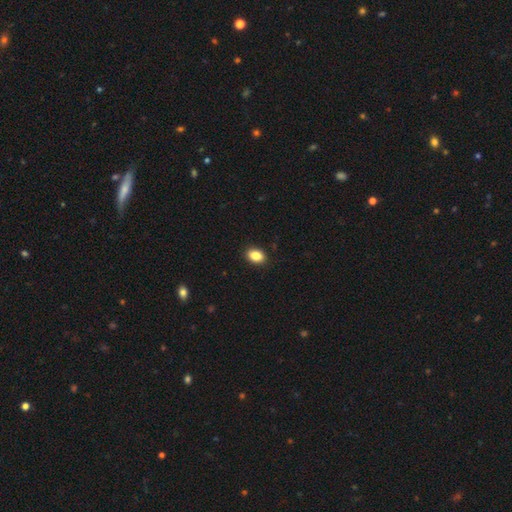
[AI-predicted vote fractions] A smooth galaxy with no disk features (87%) that is in between round and cigar-shaped (79%).

Vote fractions:
- Smooth or featured? smooth: 87% / star or artifact: 9% / featured or disk: 5%
- How rounded? in between: 79% / round: 20% / cigar-shaped: 1%
- Merging? none: 90% / minor disturbance: 7% / major disturbance: 2% / merger: 1%